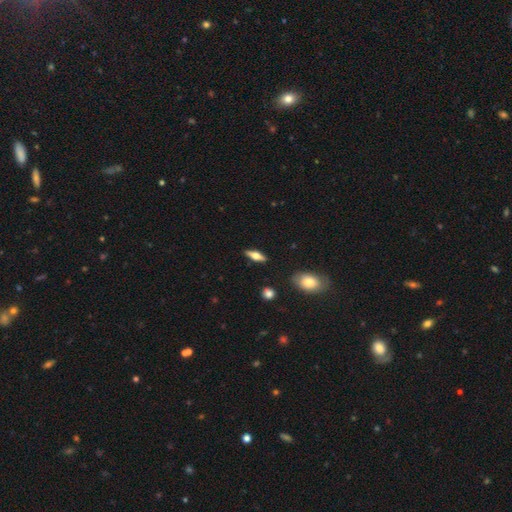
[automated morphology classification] featured or disk 49%, smooth 44%, star or artifact 7%. Down the decision tree: merging — none (88%).